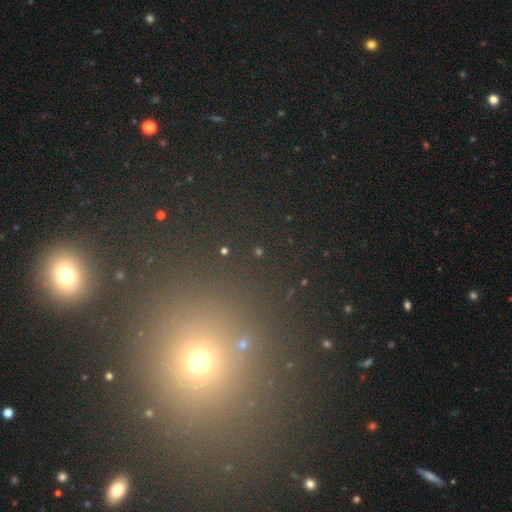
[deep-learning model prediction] Smooth or featured? star or artifact (47%)